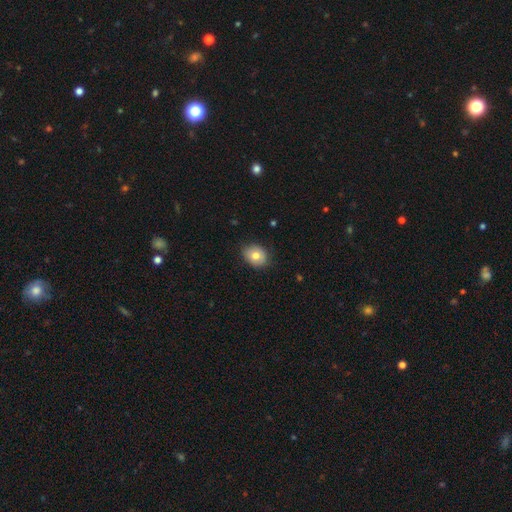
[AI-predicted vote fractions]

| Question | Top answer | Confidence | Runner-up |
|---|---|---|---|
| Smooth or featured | smooth | 77% | featured or disk (15%) |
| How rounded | in between | 53% | round (46%) |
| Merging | none | 82% | minor disturbance (15%) |